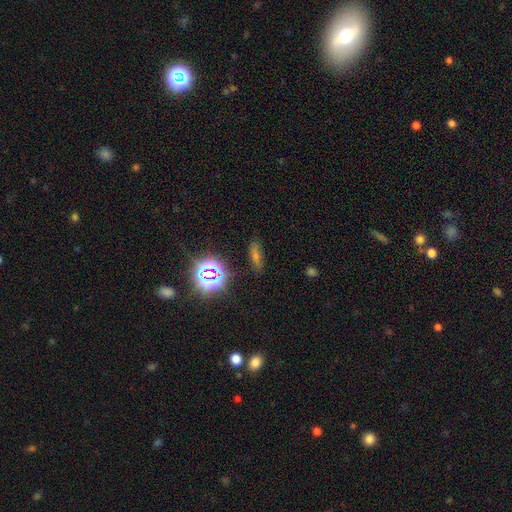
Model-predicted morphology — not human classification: type=star or artifact (43%).